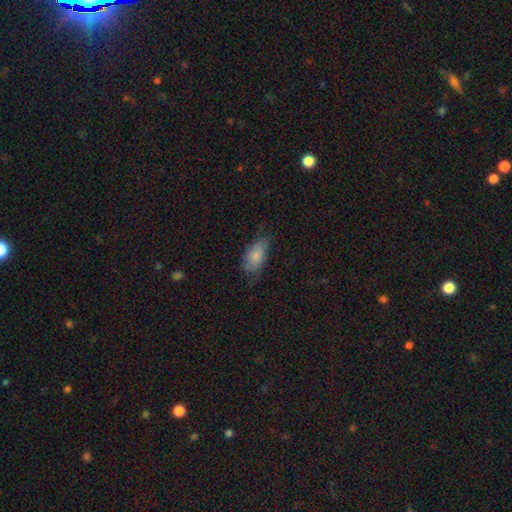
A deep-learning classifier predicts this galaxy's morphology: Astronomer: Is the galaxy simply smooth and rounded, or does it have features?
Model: smooth — 80%.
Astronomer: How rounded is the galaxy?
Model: in between — 90%.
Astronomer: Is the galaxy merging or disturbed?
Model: none — 62%.